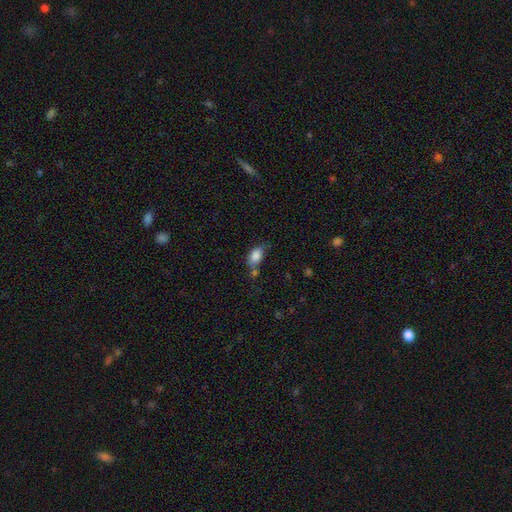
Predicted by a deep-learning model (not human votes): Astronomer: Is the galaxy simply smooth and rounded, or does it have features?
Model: smooth — 84%.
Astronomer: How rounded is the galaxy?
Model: in between — 88%.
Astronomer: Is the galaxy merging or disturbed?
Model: none — 45% (runner-up: minor disturbance, 26%).